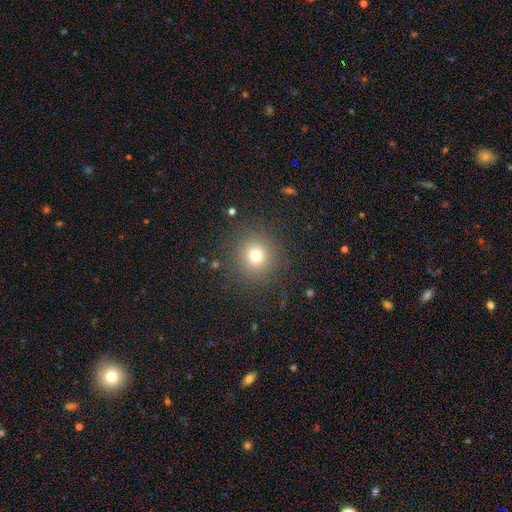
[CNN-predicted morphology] This is likely a smooth galaxy (73%). How rounded: clearly round (93%). Merging: clearly none (87%).